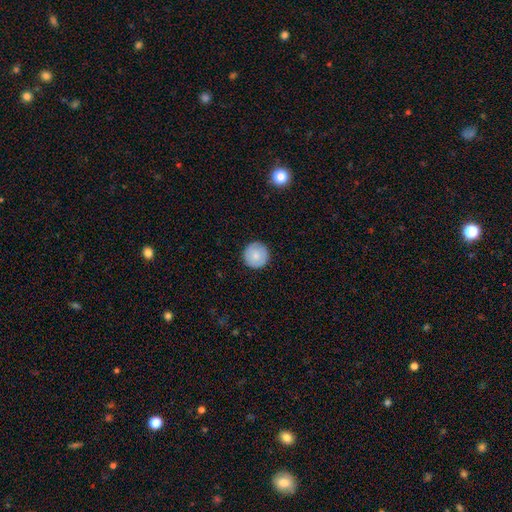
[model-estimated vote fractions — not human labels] Smooth or featured?
  - smooth: 81% *
  - featured or disk: 12%
  - star or artifact: 7%
How rounded?
  - round: 96% *
  - in between: 3%
  - cigar-shaped: 1%
Merging?
  - none: 91% *
  - minor disturbance: 7%
  - major disturbance: 2%
  - merger: 1%